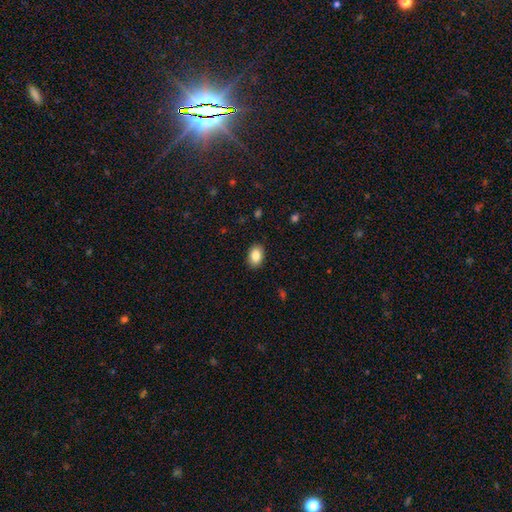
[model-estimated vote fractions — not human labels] Smooth or featured: smooth — 86% (star or artifact — 8%)
How rounded: in between — 86% (round — 13%)
Merging: none — 89% (minor disturbance — 8%)